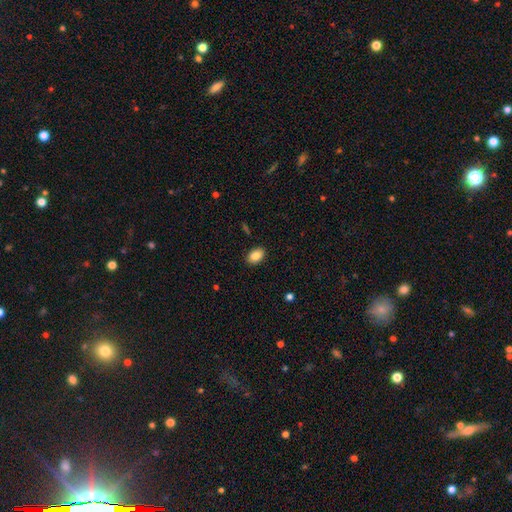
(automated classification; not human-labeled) Smooth or featured? Predicted: smooth (p=0.85). How rounded? Predicted: in between (p=0.85). Merging? Predicted: none (p=0.89).